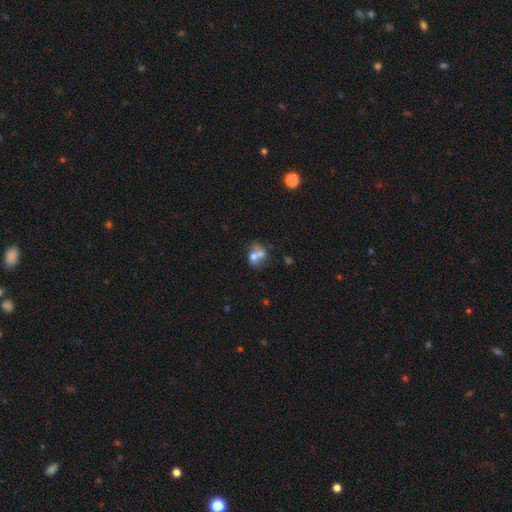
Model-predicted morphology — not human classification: The model was most divided on "how rounded": round: 54%, in between: 45%, cigar-shaped: 1%. More confident: smooth or featured — smooth (64%); merging — merger (62%).